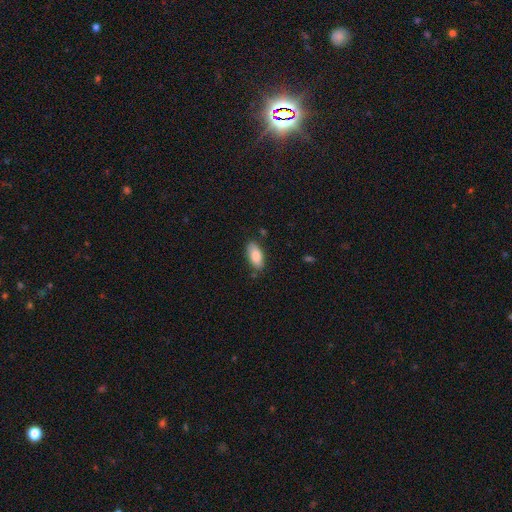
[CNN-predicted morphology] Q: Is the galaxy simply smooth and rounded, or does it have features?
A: smooth — 84%.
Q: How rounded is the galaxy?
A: in between — 89%.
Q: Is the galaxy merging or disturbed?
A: none — 82%.